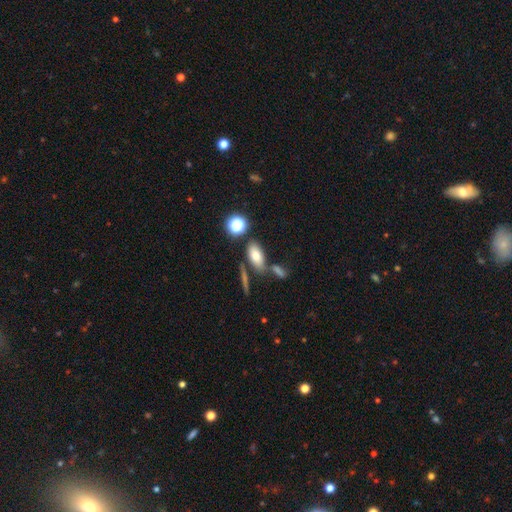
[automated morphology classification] Q: Smooth or featured?
A: smooth (74%); runner-up: featured or disk (14%)
Q: How rounded?
A: in between (84%); runner-up: round (9%)
Q: Merging?
A: none (65%); runner-up: merger (16%)